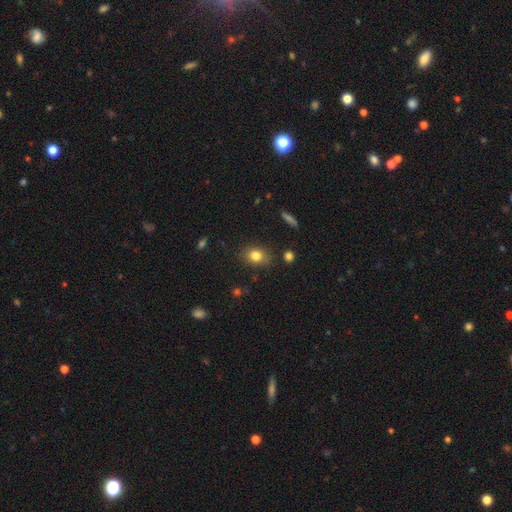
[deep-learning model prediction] Smooth or featured? smooth (81%)
How rounded? in between (56%)
Merging? none (83%)